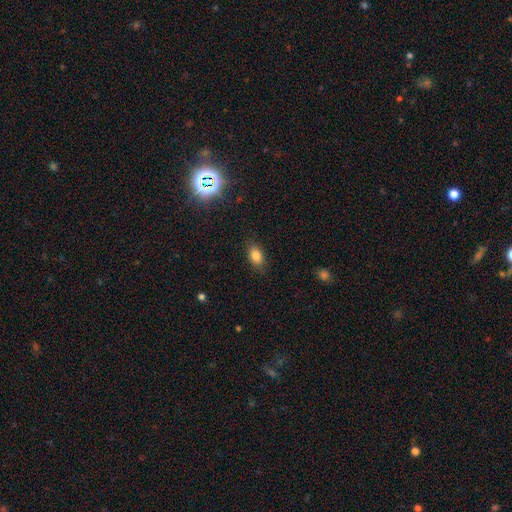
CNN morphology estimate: Smooth or featured: smooth — 82% (star or artifact — 10%)
How rounded: in between — 86% (round — 11%)
Merging: none — 84% (minor disturbance — 12%)